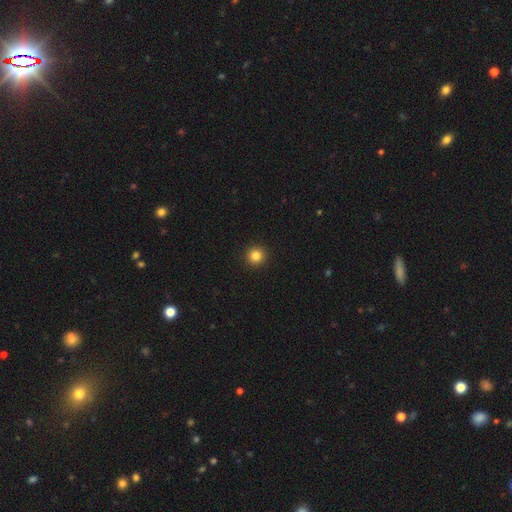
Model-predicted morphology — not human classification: A smooth galaxy with no disk features (84%) that is round (95%).

Vote fractions:
- Smooth or featured? smooth: 84% / star or artifact: 12% / featured or disk: 5%
- How rounded? round: 95% / in between: 4% / cigar-shaped: 1%
- Merging? none: 94% / minor disturbance: 4% / major disturbance: 1% / merger: 1%